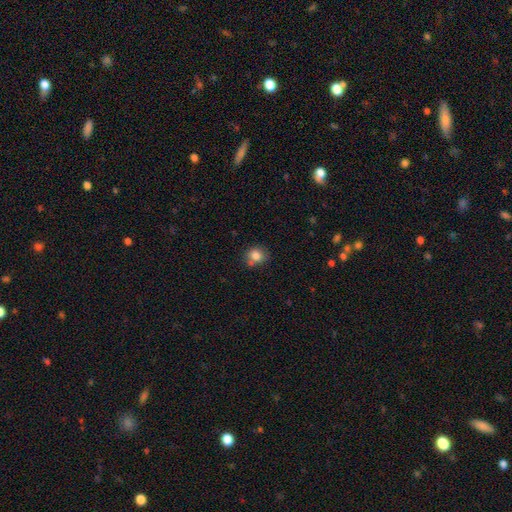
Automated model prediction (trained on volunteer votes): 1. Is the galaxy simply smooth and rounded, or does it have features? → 81% smooth, 10% star or artifact, 8% featured or disk.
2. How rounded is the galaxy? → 71% round, 29% in between, 1% cigar-shaped.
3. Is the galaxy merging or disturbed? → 67% none, 16% minor disturbance, 13% merger, 4% major disturbance.